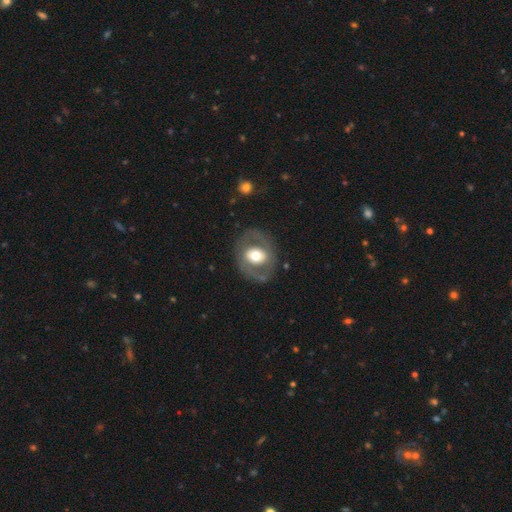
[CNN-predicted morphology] smooth_or_featured: featured or disk (p=0.57) [alt: smooth p=0.37]
disk_edge_on: no (p=0.95) [alt: yes p=0.05]
bar: no (p=0.66) [alt: weak p=0.22]
has_spiral_arms: no (p=0.67) [alt: yes p=0.33]
bulge_size: moderate (p=0.55) [alt: large p=0.35]
merging: none (p=0.77) [alt: minor disturbance p=0.12]